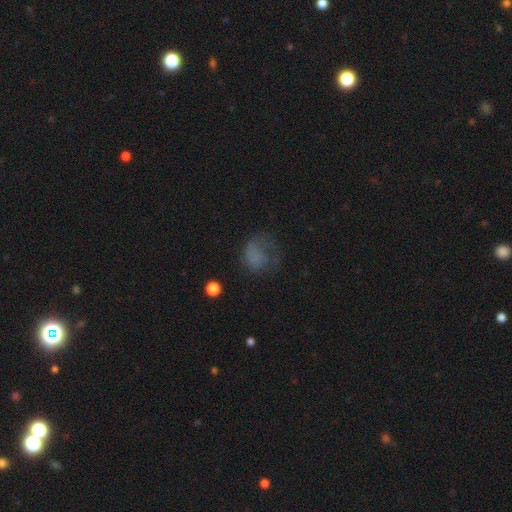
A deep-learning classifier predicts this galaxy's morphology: Smooth or featured? Predicted: smooth (p=0.56). How rounded? Predicted: round (p=0.60). Merging? Predicted: none (p=0.38).